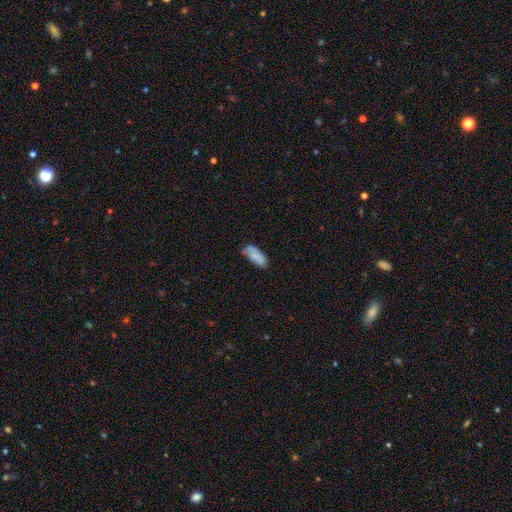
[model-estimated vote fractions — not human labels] Q: Smooth or featured?
A: smooth (75%); runner-up: featured or disk (17%)
Q: How rounded?
A: in between (82%); runner-up: cigar-shaped (16%)
Q: Merging?
A: none (57%); runner-up: minor disturbance (29%)